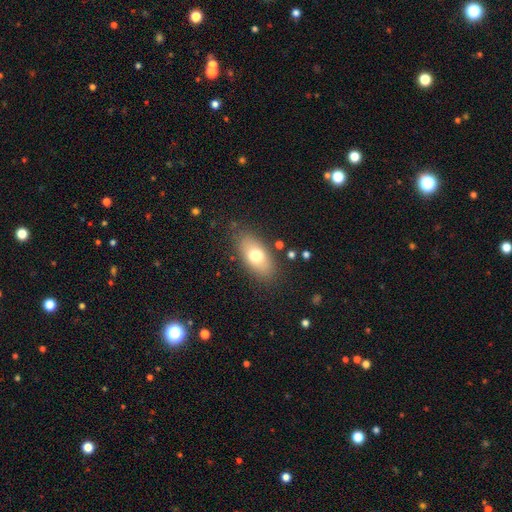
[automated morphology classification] This appears to be a smooth galaxy with no disk features (71%) that is in between round and cigar-shaped (86%). Merging: none (82%).